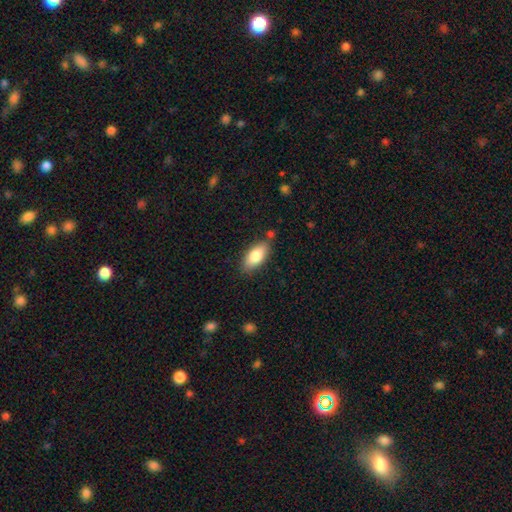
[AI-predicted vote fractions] This is clearly a smooth galaxy (81%). How rounded: clearly in between (88%). Merging: likely none (80%).